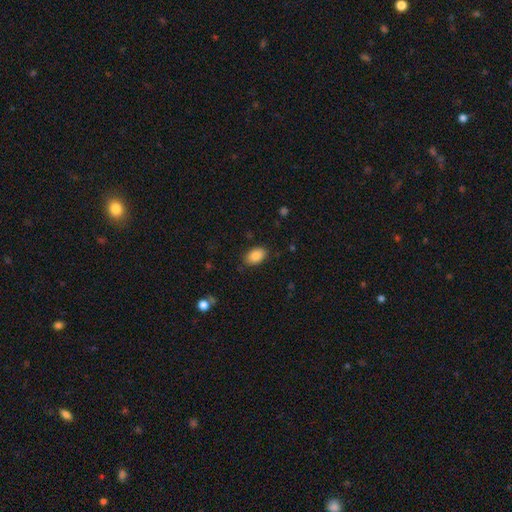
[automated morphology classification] smooth 88%, star or artifact 8%, featured or disk 5%. Down the decision tree: how rounded — in between (88%); merging — none (83%).